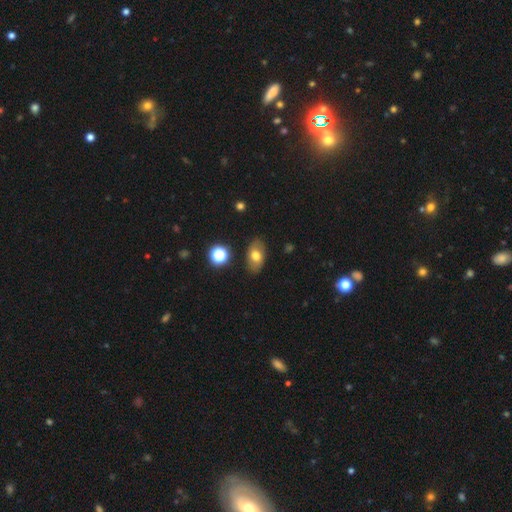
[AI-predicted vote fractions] smooth-or-featured: smooth: 70% | featured or disk: 20% | star or artifact: 10%
  how-rounded: in between: 86% | round: 12% | cigar-shaped: 2%
  merging: none: 84% | minor disturbance: 11% | major disturbance: 3% | merger: 2%